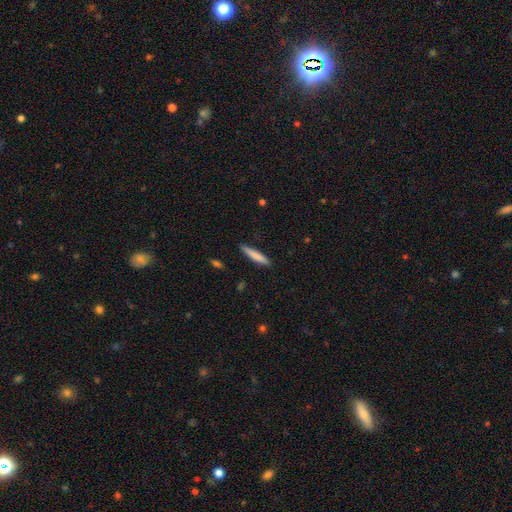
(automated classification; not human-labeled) This is likely a smooth galaxy (79%). How rounded: clearly cigar-shaped (90%). Merging: clearly none (86%).